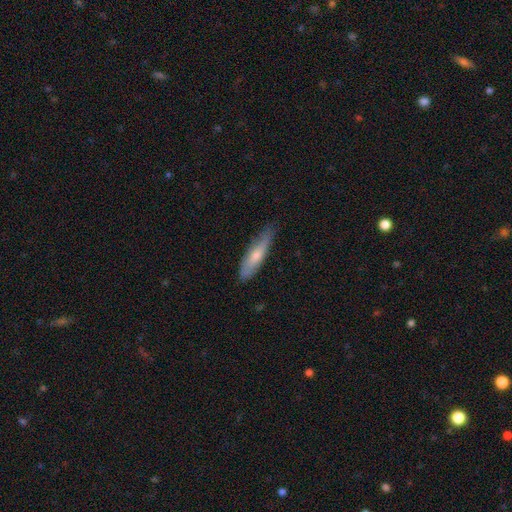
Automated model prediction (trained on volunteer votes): Smooth or featured?
  - smooth: 65% *
  - featured or disk: 29%
  - star or artifact: 6%
How rounded?
  - cigar-shaped: 73% *
  - in between: 26%
  - round: 2%
Merging?
  - none: 69% *
  - minor disturbance: 25%
  - major disturbance: 4%
  - merger: 1%